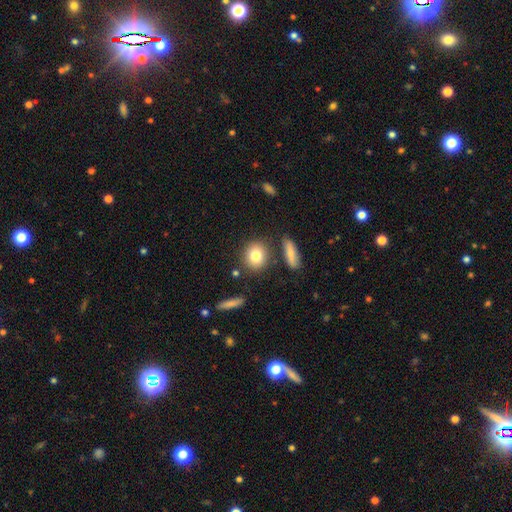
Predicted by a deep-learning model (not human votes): Smooth or featured?
  - smooth: 80% *
  - featured or disk: 11%
  - star or artifact: 9%
How rounded?
  - round: 72% *
  - in between: 25%
  - cigar-shaped: 3%
Merging?
  - none: 78% *
  - minor disturbance: 10%
  - merger: 8%
  - major disturbance: 3%